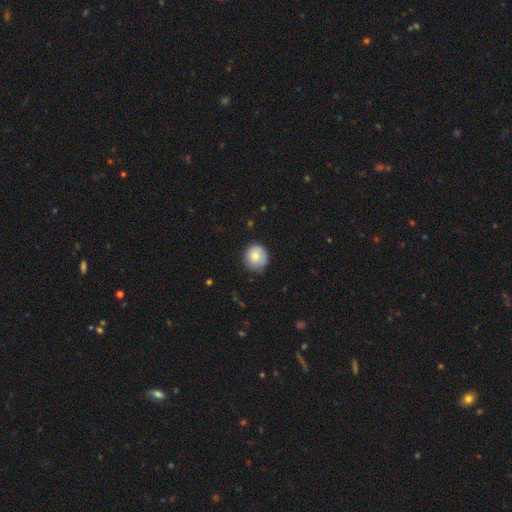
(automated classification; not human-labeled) Smooth or featured?
  - smooth: 83% *
  - featured or disk: 9%
  - star or artifact: 8%
How rounded?
  - round: 93% *
  - in between: 6%
  - cigar-shaped: 1%
Merging?
  - none: 83% *
  - minor disturbance: 13%
  - major disturbance: 2%
  - merger: 1%